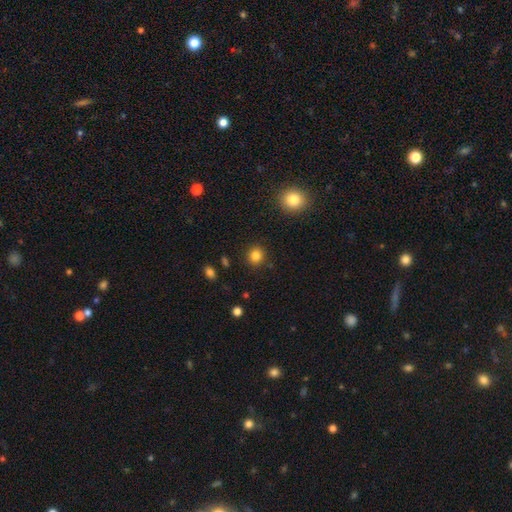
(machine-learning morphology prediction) A smooth galaxy with no disk features (83%) that is round (89%). Merging: none (89%).